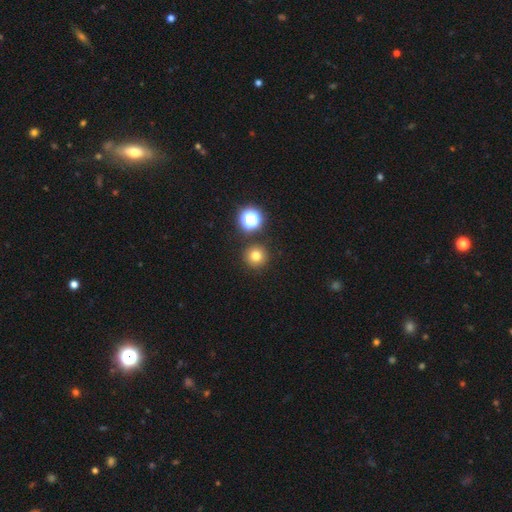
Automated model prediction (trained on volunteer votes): smooth 75%, star or artifact 17%, featured or disk 8%. Down the decision tree: how rounded — round (96%); merging — none (87%).